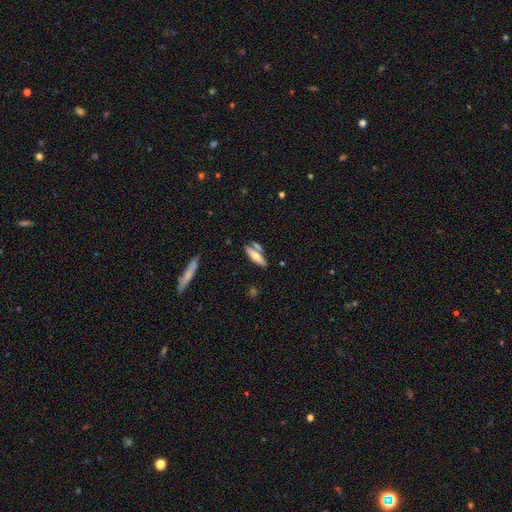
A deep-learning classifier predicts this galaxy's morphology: type=smooth (57%); roundness=cigar-shaped (60%); merging=none (66%).